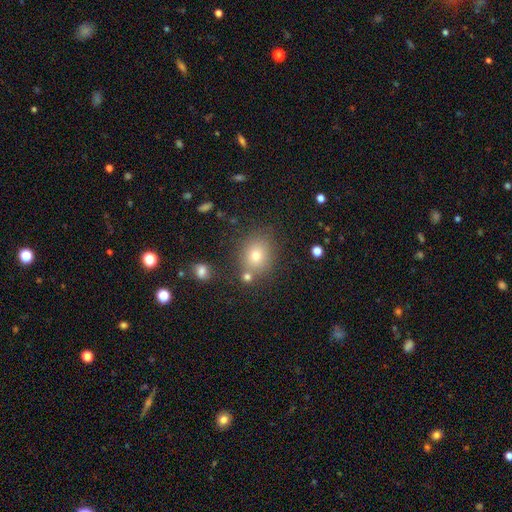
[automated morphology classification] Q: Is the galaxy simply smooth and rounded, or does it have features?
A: smooth — 73%.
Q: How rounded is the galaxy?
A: round — 64%.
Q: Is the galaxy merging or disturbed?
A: none — 76%.